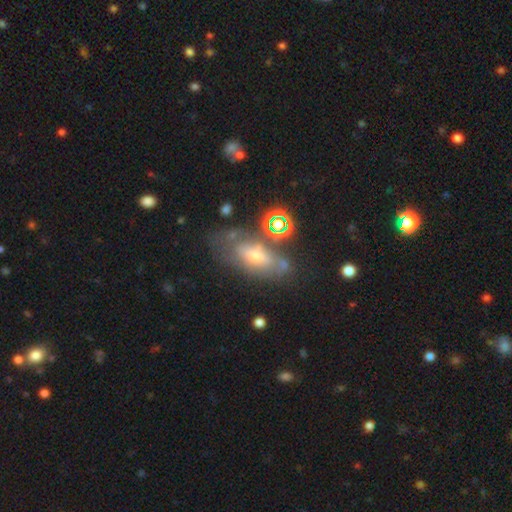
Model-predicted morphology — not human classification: The model was most divided on "smooth or featured": smooth: 42%, featured or disk: 41%, star or artifact: 17%. Remaining: merging — none (48%).